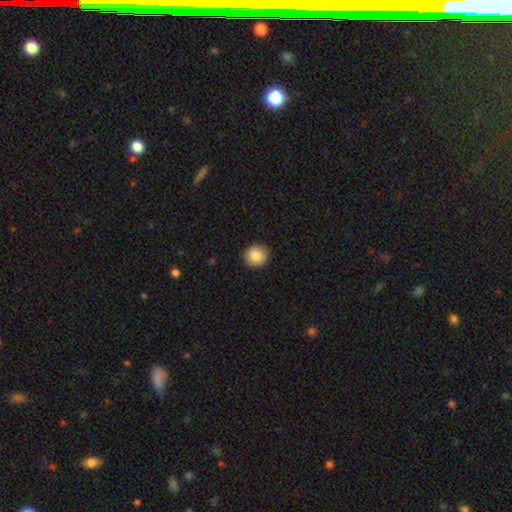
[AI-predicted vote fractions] Overall: smooth (86%). How rounded: round (92%). Merging: none (91%).